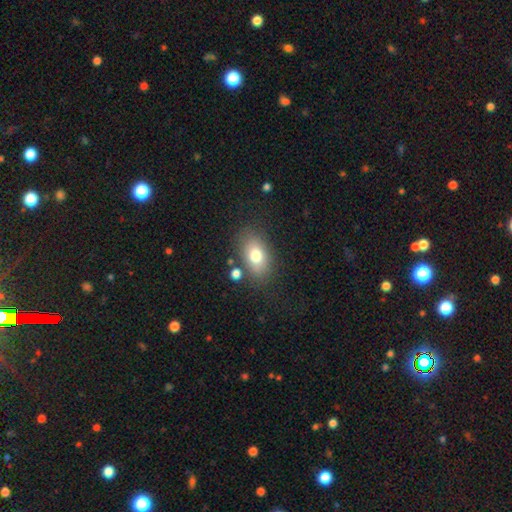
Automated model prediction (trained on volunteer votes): This appears to be a smooth galaxy with no disk features (74%) that is in between round and cigar-shaped (85%). Merging: none (75%).